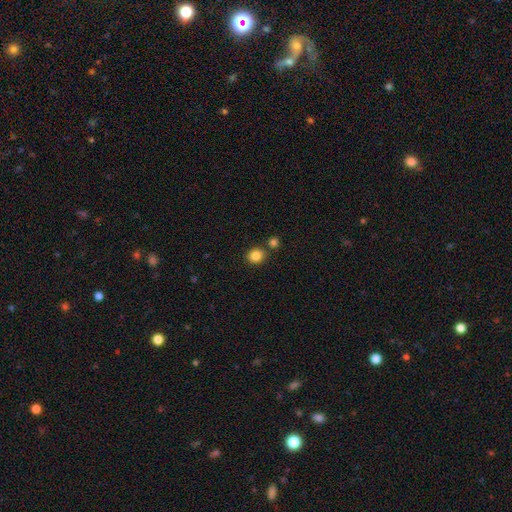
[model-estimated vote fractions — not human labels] This is clearly a smooth galaxy (85%). How rounded: likely round (75%). Merging: likely none (77%).